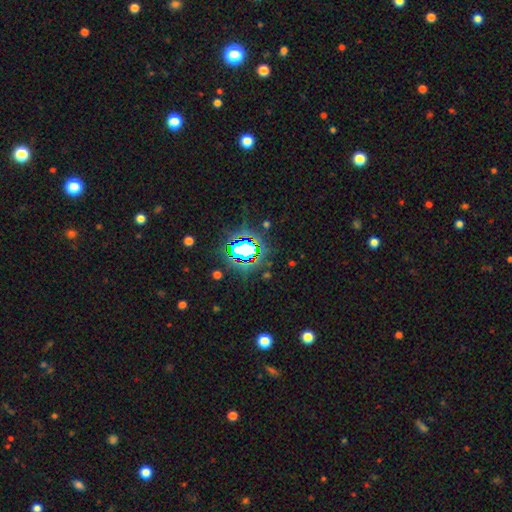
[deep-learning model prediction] Smooth or featured? Predicted: star or artifact (p=0.81).